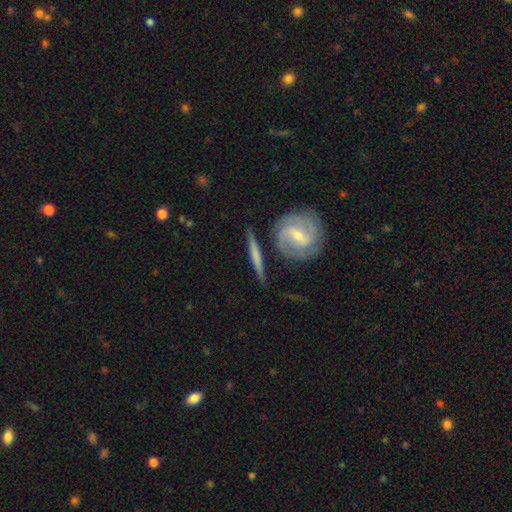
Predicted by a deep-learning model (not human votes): smooth_or_featured: featured or disk (p=0.57) [alt: smooth p=0.37]
disk_edge_on: yes (p=0.68) [alt: no p=0.32]
merging: none (p=0.79) [alt: minor disturbance p=0.12]